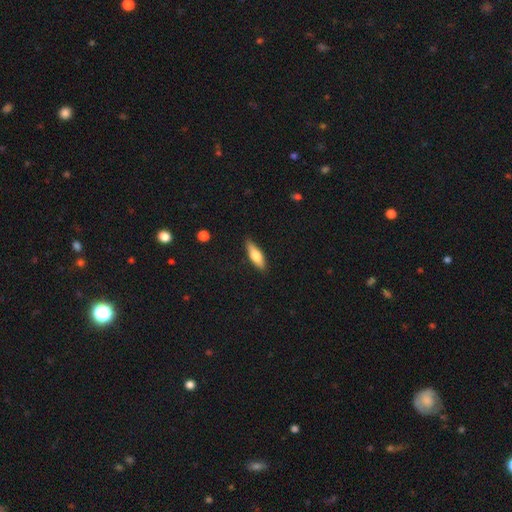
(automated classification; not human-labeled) This is likely a smooth galaxy (65%). How rounded: possibly in between (50%). Merging: clearly none (85%).